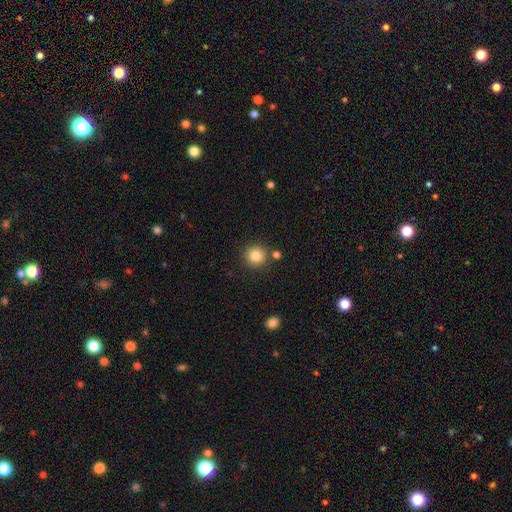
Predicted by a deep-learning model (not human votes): Smooth or featured: smooth — 84% (star or artifact — 10%)
How rounded: round — 93% (in between — 6%)
Merging: none — 84% (minor disturbance — 7%)